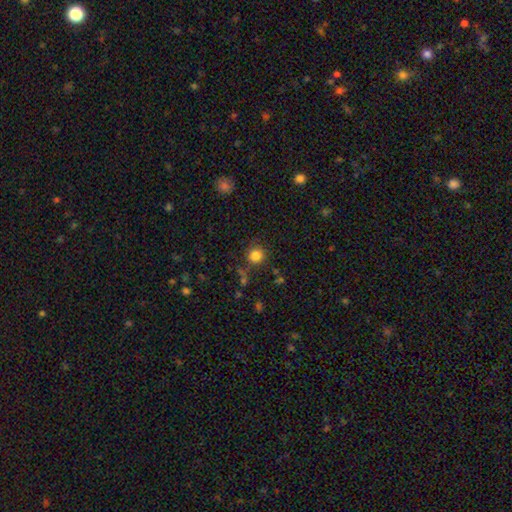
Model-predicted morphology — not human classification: type=smooth (83%); roundness=round (93%); merging=none (82%).